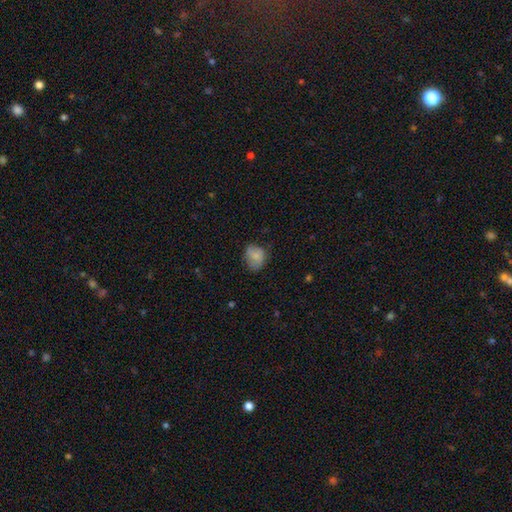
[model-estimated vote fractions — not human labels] This appears to be a smooth galaxy with no disk features (76%) that is round (50%). Merging: none (53%).